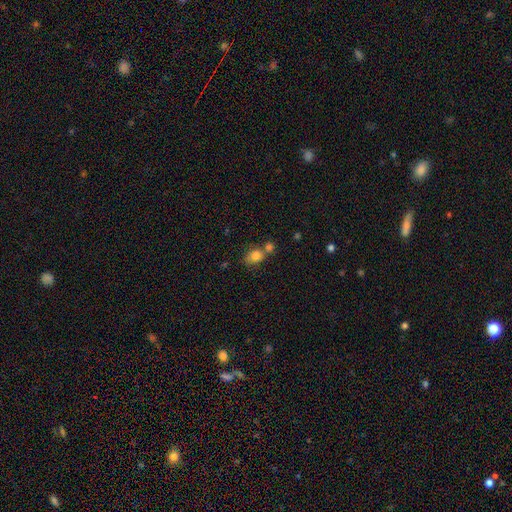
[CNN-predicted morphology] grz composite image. It shows a smooth galaxy with no disk features (81%) that is in between round and cigar-shaped (55%). Merging: merger (41%).